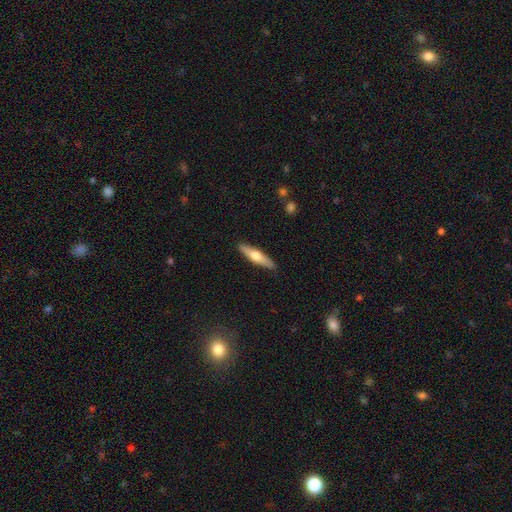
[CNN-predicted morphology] A smooth galaxy with no disk features (48%).

Vote fractions:
- Smooth or featured? smooth: 48% / featured or disk: 46% / star or artifact: 5%
- Merging? none: 90% / minor disturbance: 8% / major disturbance: 2% / merger: 1%